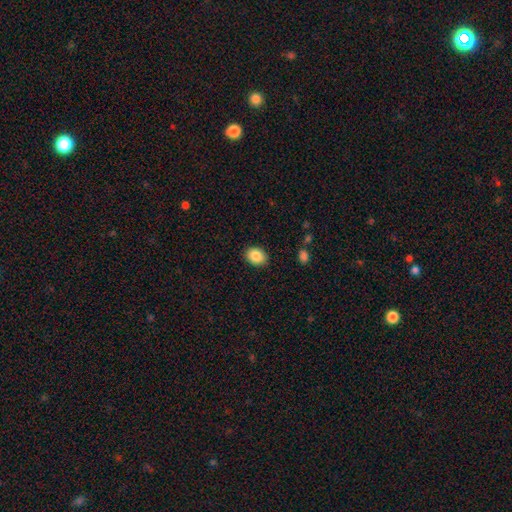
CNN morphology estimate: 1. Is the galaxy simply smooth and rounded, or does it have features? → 87% smooth, 8% star or artifact, 5% featured or disk.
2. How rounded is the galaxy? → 62% in between, 37% round, 1% cigar-shaped.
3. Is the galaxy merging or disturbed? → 89% none, 8% minor disturbance, 2% major disturbance, 1% merger.